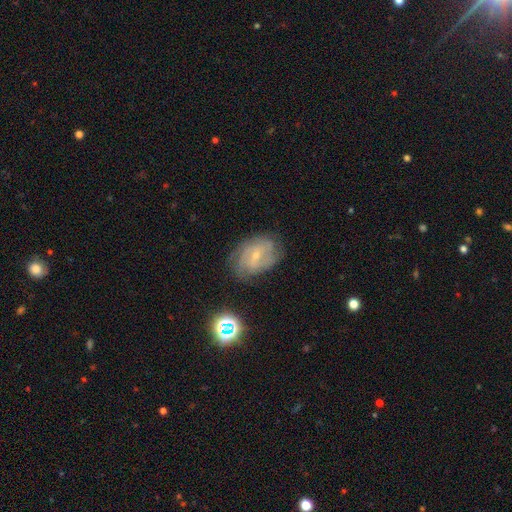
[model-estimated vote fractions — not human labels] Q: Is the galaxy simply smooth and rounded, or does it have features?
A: featured or disk — 72%.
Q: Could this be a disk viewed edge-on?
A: no — 97%.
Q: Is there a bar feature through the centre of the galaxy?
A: weak — 51%.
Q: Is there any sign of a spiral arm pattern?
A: yes — 88%.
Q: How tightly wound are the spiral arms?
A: tight — 51%.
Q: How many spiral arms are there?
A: can't tell — 38%.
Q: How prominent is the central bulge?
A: small — 69%.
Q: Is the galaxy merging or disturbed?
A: none — 69%.